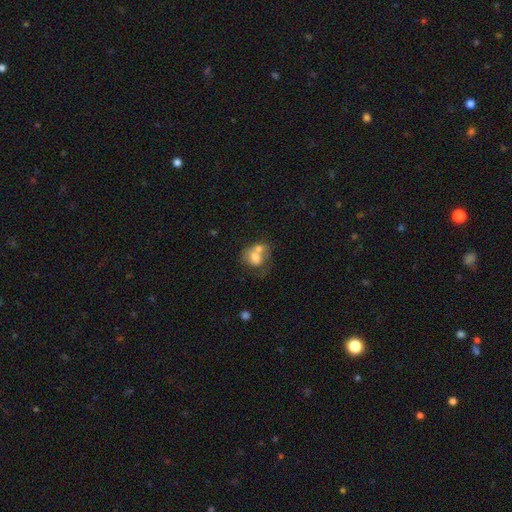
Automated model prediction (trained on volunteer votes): Q: Smooth or featured?
A: smooth (66%); runner-up: featured or disk (26%)
Q: How rounded?
A: round (53%); runner-up: in between (47%)
Q: Merging?
A: merger (61%); runner-up: none (20%)